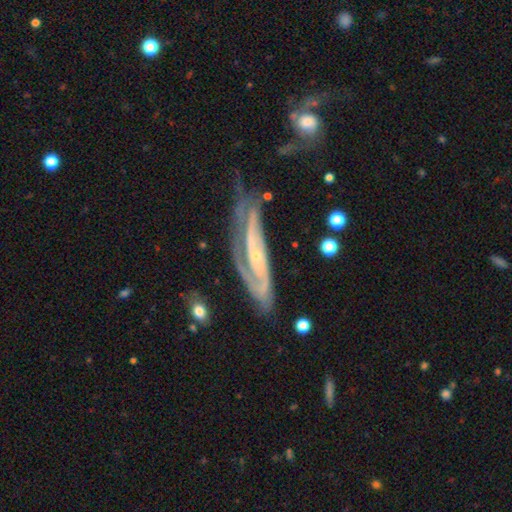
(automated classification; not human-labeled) smooth-or-featured: featured or disk: 87% | smooth: 7% | star or artifact: 6%
  disk-edge-on: no: 85% | yes: 15%
    bar: no: 43% | weak: 35% | strong: 23%
    has-spiral-arms: yes: 97% | no: 3%
      spiral-winding: tight: 53% | medium: 37% | loose: 10%
      spiral-arm-count: 2: 63% | can't tell: 14% | 3: 11% | 1: 5% | 4: 3% | more than 4: 3%
    bulge-size: small: 75% | moderate: 18% | none: 5% | large: 1% | dominant: 1%
  merging: none: 59% | minor disturbance: 23% | major disturbance: 14% | merger: 4%